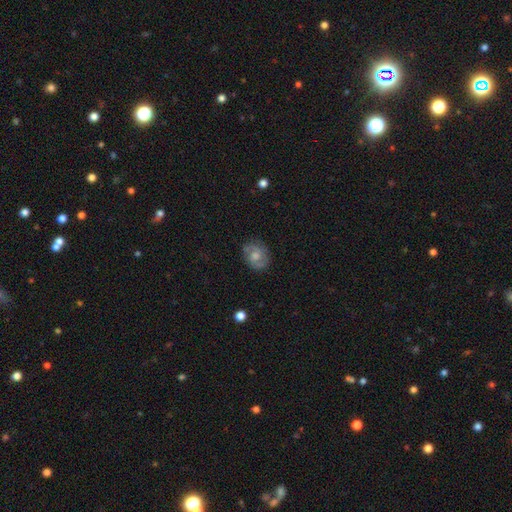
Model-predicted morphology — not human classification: Q: Smooth or featured?
A: featured or disk (53%); runner-up: smooth (39%)
Q: Edge-on disk?
A: no (97%); runner-up: yes (3%)
Q: Bar?
A: no (65%); runner-up: weak (30%)
Q: Spiral arms?
A: yes (83%); runner-up: no (17%)
Q: Bulge size?
A: moderate (59%); runner-up: small (22%)
Q: Merging?
A: none (76%); runner-up: minor disturbance (17%)